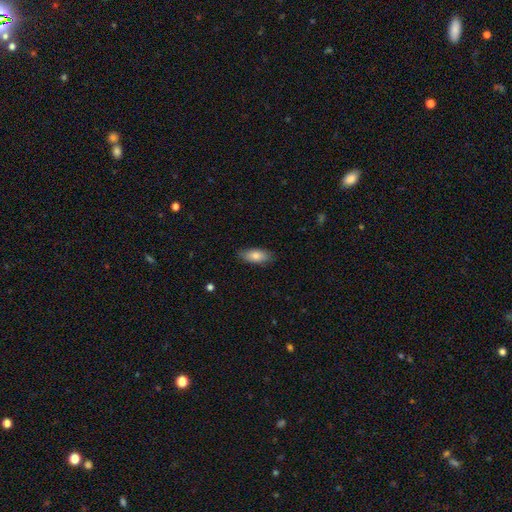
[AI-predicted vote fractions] smooth_or_featured: smooth (p=0.81) [alt: featured or disk p=0.12]
how_rounded: in between (p=0.81) [alt: cigar-shaped p=0.16]
merging: none (p=0.85) [alt: minor disturbance p=0.11]